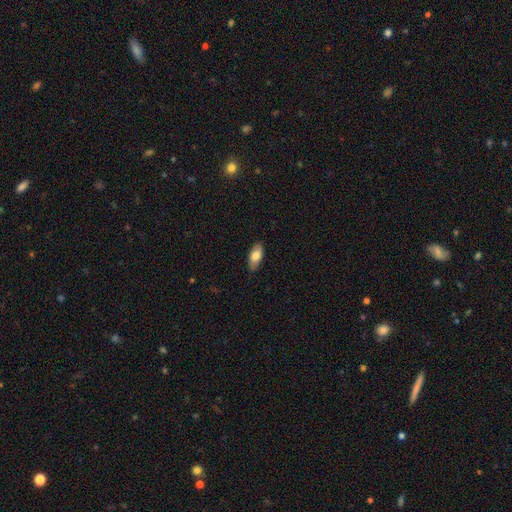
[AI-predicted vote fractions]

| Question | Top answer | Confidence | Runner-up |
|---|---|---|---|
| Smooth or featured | smooth | 76% | featured or disk (17%) |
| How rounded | in between | 88% | cigar-shaped (9%) |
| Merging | none | 84% | minor disturbance (13%) |